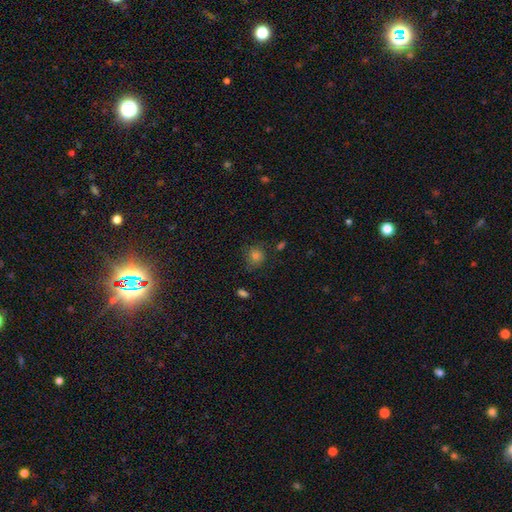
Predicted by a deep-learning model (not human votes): Q: Smooth or featured?
A: smooth (73%); runner-up: star or artifact (18%)
Q: How rounded?
A: round (83%); runner-up: in between (16%)
Q: Merging?
A: none (71%); runner-up: minor disturbance (19%)